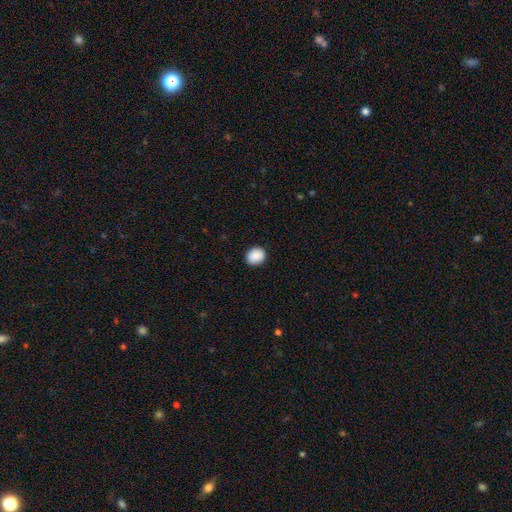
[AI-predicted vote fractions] smooth-or-featured: smooth: 90% | star or artifact: 7% | featured or disk: 3%
  how-rounded: round: 67% | in between: 32% | cigar-shaped: 1%
  merging: none: 89% | minor disturbance: 8% | major disturbance: 2% | merger: 1%